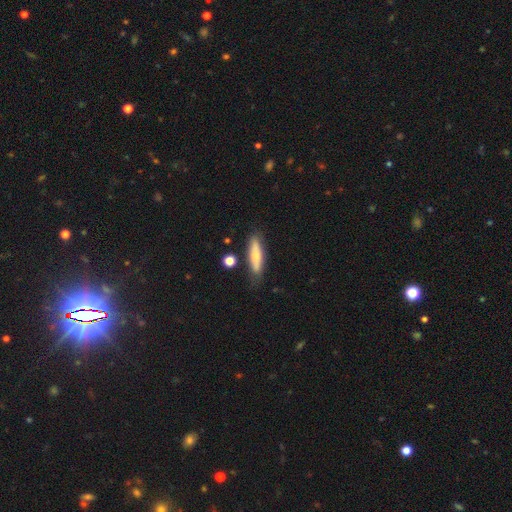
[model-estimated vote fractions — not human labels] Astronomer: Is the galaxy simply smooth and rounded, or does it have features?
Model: smooth — 60%.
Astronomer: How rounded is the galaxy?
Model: cigar-shaped — 71%.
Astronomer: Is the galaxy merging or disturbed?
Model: none — 77%.